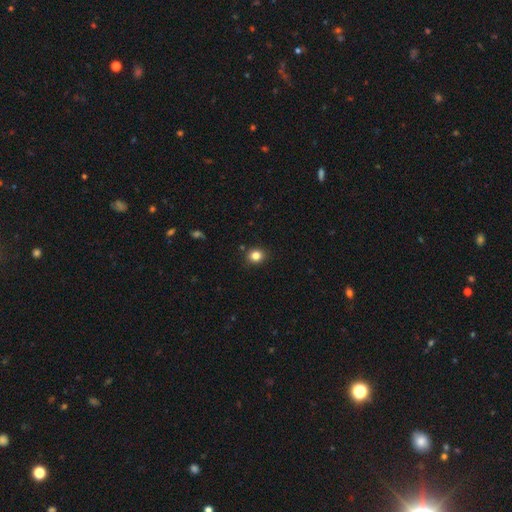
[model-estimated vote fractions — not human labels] Smooth or featured? smooth (83%)
How rounded? round (77%)
Merging? none (88%)